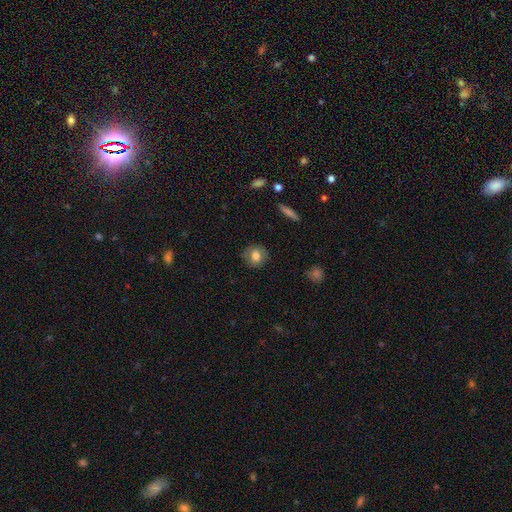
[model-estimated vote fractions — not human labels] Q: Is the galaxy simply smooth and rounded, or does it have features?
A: smooth — 72%.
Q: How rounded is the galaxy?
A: round — 78%.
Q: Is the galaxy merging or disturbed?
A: none — 82%.